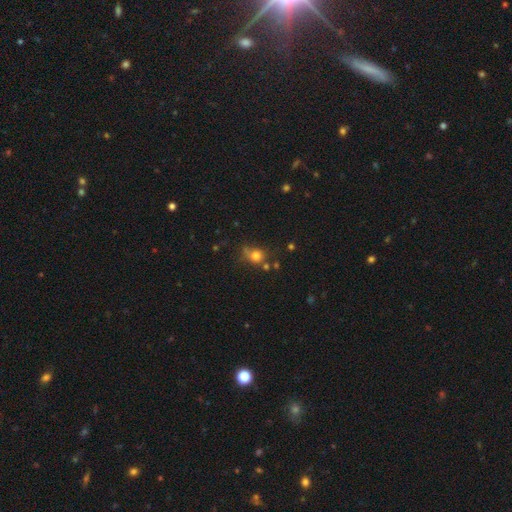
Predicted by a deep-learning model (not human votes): Q: Smooth or featured?
A: smooth (75%); runner-up: star or artifact (15%)
Q: How rounded?
A: round (78%); runner-up: in between (21%)
Q: Merging?
A: none (55%); runner-up: minor disturbance (23%)